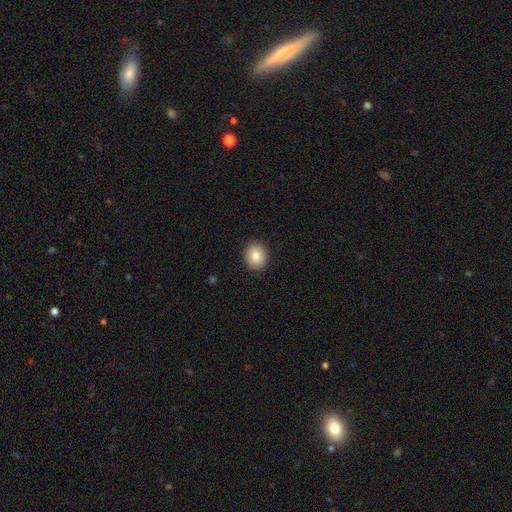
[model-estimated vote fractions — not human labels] This is clearly a smooth galaxy (84%). How rounded: likely round (73%). Merging: clearly none (91%).